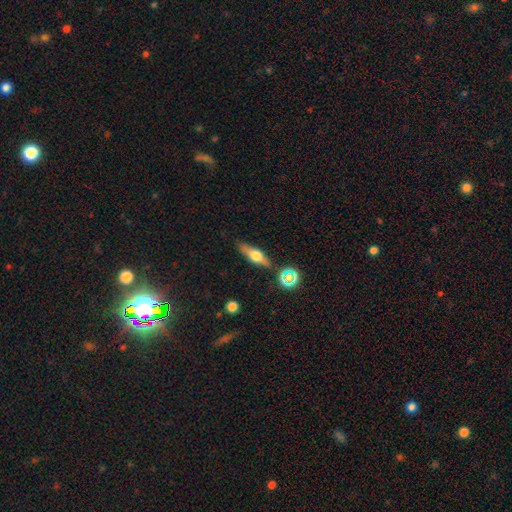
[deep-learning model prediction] A featured or disk galaxy (53%) viewed edge-on (91%). Merging: none (84%).